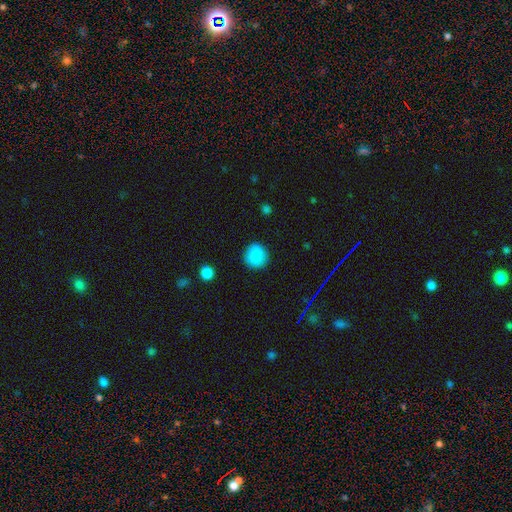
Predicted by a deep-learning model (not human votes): This appears to be a smooth galaxy with no disk features (86%) that is round (88%). Merging: none (85%).